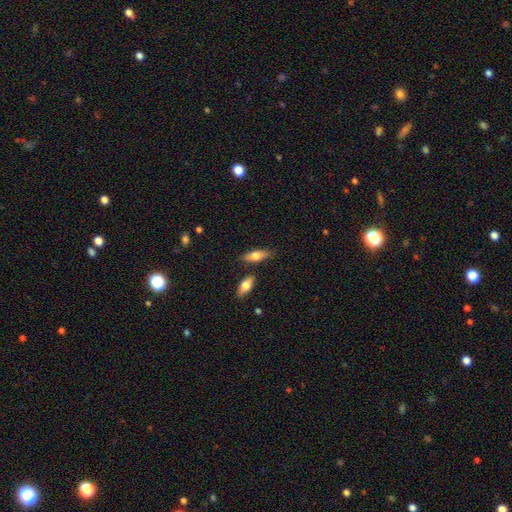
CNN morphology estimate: This appears to be a smooth galaxy with no disk features (66%) that is in between round and cigar-shaped (62%). Merging: none (77%).